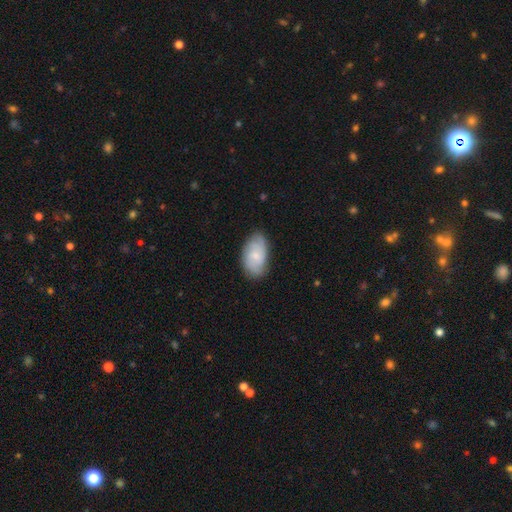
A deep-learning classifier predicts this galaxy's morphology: type=smooth (55%); roundness=in between (93%); merging=none (76%).